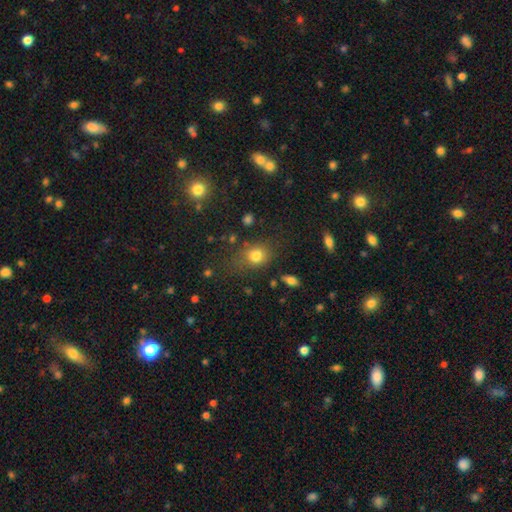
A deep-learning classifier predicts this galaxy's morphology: The model was most divided on "how rounded": round: 57%, in between: 42%, cigar-shaped: 1%. More confident: smooth or featured — smooth (79%); merging — none (69%).